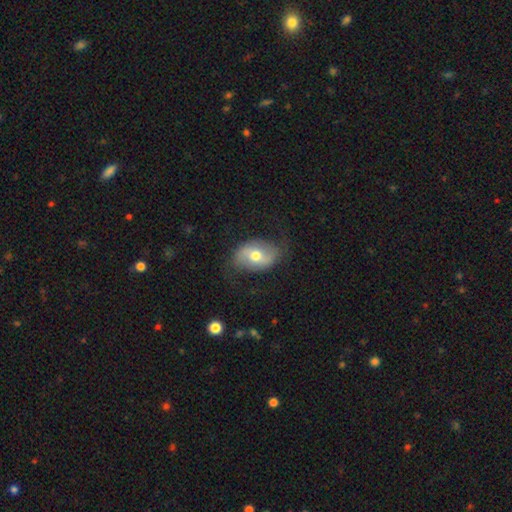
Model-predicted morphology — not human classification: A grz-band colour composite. It shows a featured or disk galaxy (56%) with no bar (42%), spiral arms (71%) and a moderate central bulge (73%). Merging: none (71%).